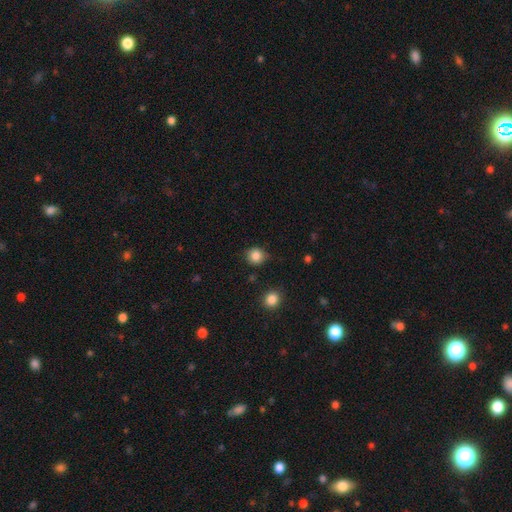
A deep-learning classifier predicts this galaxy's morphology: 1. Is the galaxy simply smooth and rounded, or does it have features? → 85% smooth, 11% star or artifact, 4% featured or disk.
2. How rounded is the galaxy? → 85% round, 14% in between, 1% cigar-shaped.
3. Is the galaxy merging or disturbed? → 82% none, 13% minor disturbance, 3% major disturbance, 2% merger.